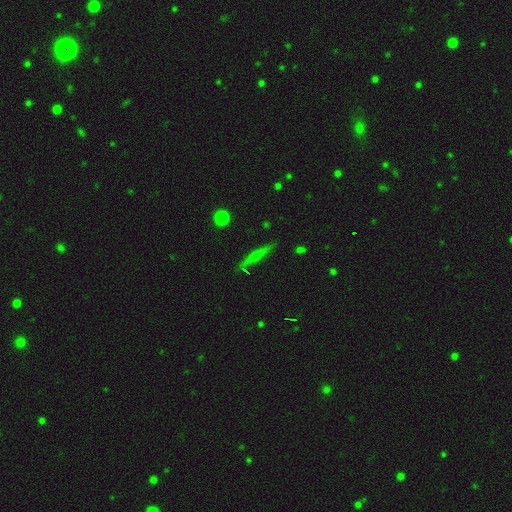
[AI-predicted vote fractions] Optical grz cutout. It shows a smooth galaxy with no disk features (48%). Merging: none (85%).